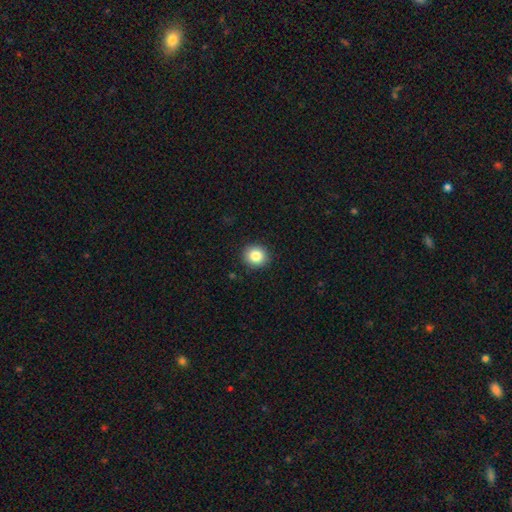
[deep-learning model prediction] Q: Smooth or featured?
A: smooth (84%); runner-up: star or artifact (10%)
Q: How rounded?
A: round (86%); runner-up: in between (13%)
Q: Merging?
A: none (91%); runner-up: minor disturbance (6%)